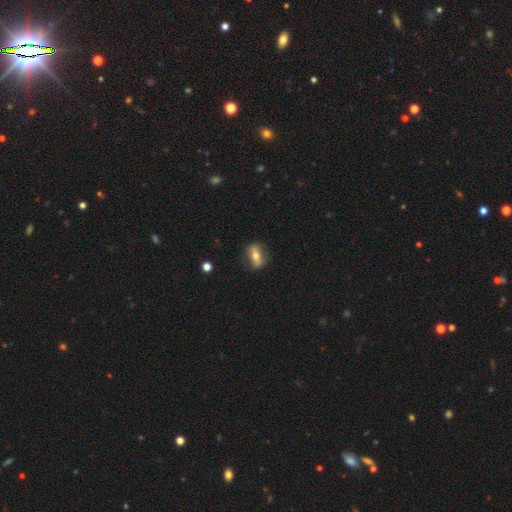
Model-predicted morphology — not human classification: A featured or disk galaxy (50%). Merging: none (79%).